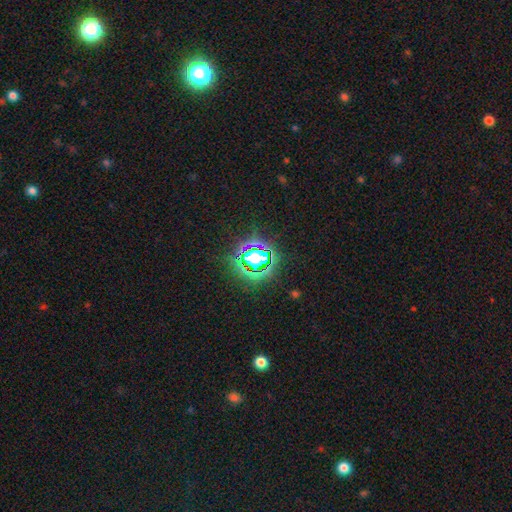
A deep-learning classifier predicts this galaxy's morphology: Smooth or featured? Predicted: star or artifact (p=0.79).